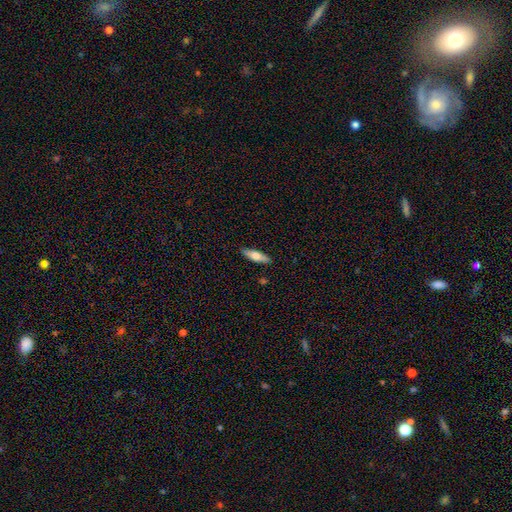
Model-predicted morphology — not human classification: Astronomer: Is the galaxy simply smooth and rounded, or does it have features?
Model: smooth — 66%.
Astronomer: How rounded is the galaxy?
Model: in between — 50% (runner-up: cigar-shaped, 48%).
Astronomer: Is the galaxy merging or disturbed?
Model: none — 88%.